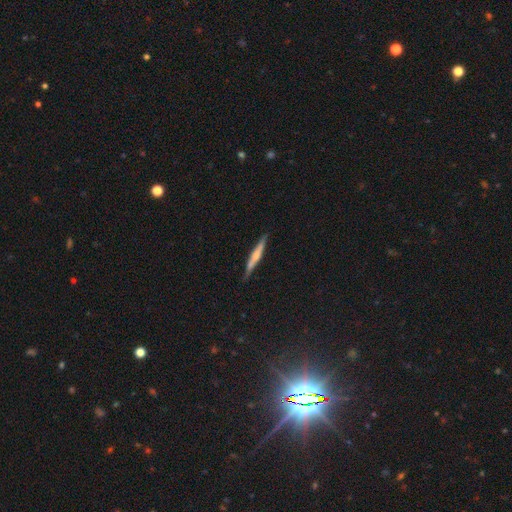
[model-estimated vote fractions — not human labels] The model was most divided on "smooth or featured": featured or disk: 52%, smooth: 42%, star or artifact: 6%. More confident: edge-on disk — yes (96%); merging — none (86%).